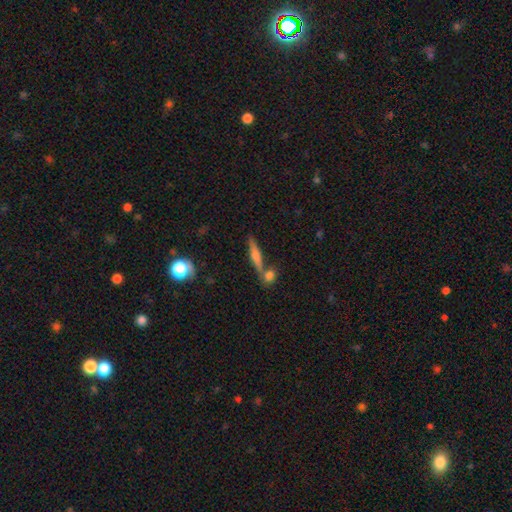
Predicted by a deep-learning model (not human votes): Q: Smooth or featured?
A: featured or disk (55%); runner-up: smooth (33%)
Q: Edge-on disk?
A: yes (93%); runner-up: no (7%)
Q: Edge-on bulge?
A: rounded (78%); runner-up: none (12%)
Q: Merging?
A: none (70%); runner-up: merger (18%)